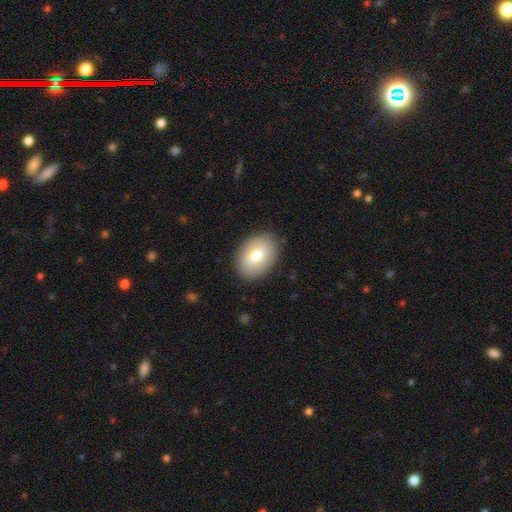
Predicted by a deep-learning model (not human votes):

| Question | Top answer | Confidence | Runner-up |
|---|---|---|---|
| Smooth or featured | smooth | 76% | featured or disk (18%) |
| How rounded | in between | 80% | round (19%) |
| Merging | none | 87% | minor disturbance (9%) |